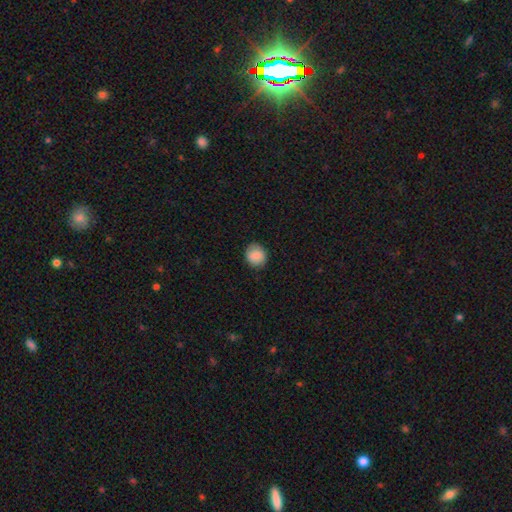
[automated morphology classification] A smooth galaxy with no disk features (86%) that is round (78%). Merging: none (82%).